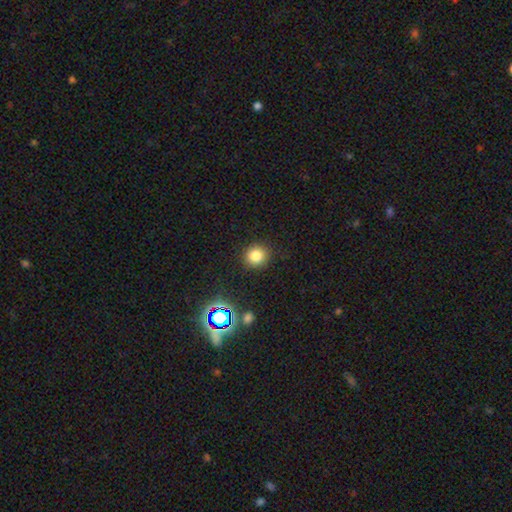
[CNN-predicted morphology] smooth_or_featured: smooth (p=0.80) [alt: star or artifact p=0.15]
how_rounded: round (p=0.86) [alt: in between p=0.13]
merging: none (p=0.89) [alt: minor disturbance p=0.07]